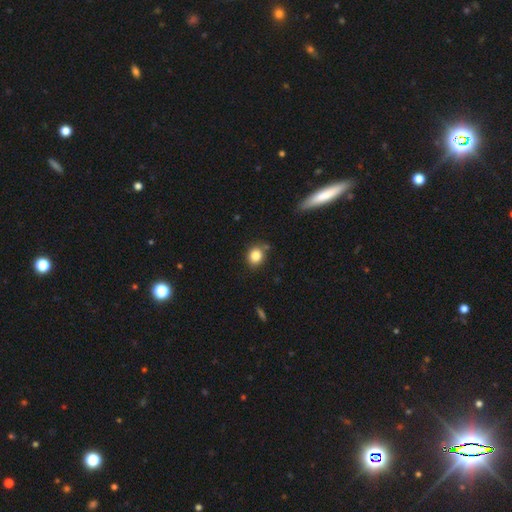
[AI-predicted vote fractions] Smooth or featured? smooth (84%)
How rounded? round (65%)
Merging? none (78%)